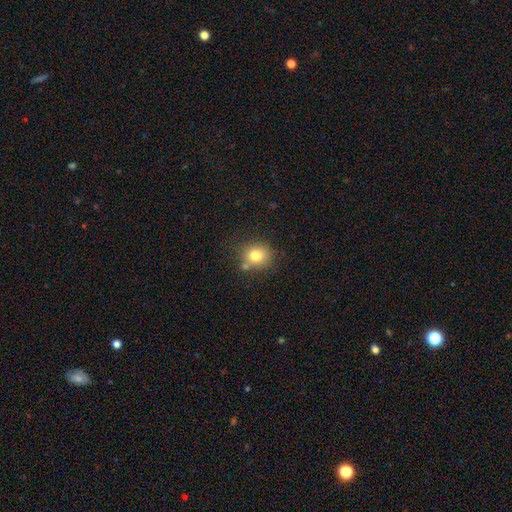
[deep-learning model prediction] Smooth or featured?
  - smooth: 79% *
  - star or artifact: 12%
  - featured or disk: 10%
How rounded?
  - round: 74% *
  - in between: 25%
  - cigar-shaped: 1%
Merging?
  - none: 71% *
  - minor disturbance: 14%
  - merger: 11%
  - major disturbance: 4%